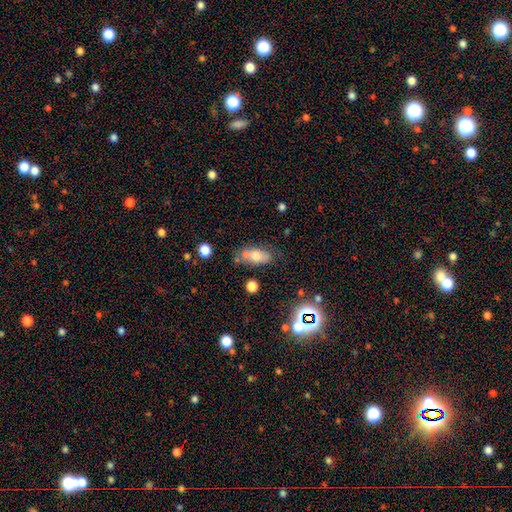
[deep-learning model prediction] Q: Smooth or featured?
A: smooth (71%); runner-up: featured or disk (18%)
Q: How rounded?
A: in between (81%); runner-up: cigar-shaped (11%)
Q: Merging?
A: none (50%); runner-up: merger (22%)